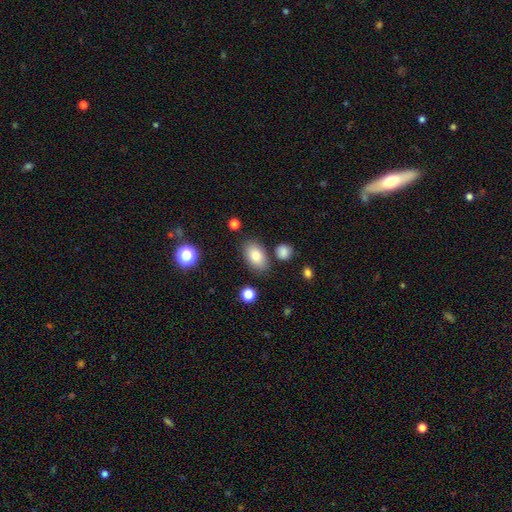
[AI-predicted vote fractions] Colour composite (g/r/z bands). It shows a smooth galaxy with no disk features (80%) that is in between round and cigar-shaped (89%). Merging: none (80%).